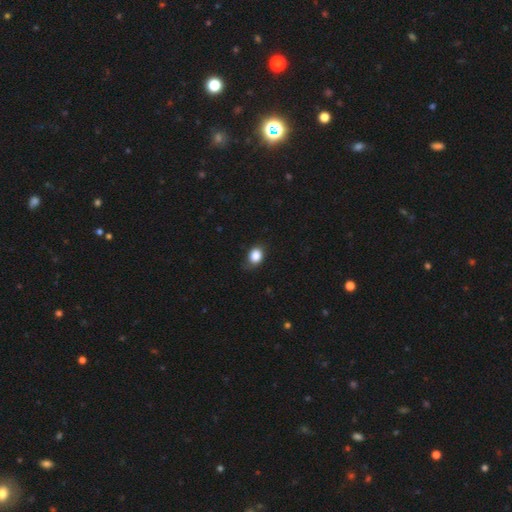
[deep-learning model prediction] The model was most divided on "how rounded": in between: 56%, round: 43%, cigar-shaped: 1%. More confident: smooth or featured — smooth (86%); merging — none (72%).